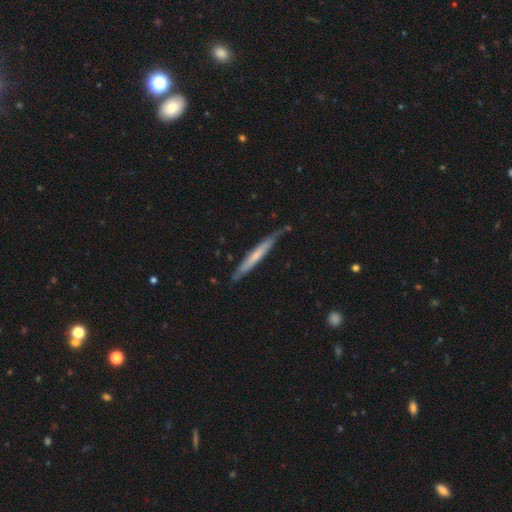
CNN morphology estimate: smooth_or_featured: featured or disk (p=0.48) [alt: smooth p=0.47]
merging: none (p=0.75) [alt: minor disturbance p=0.19]